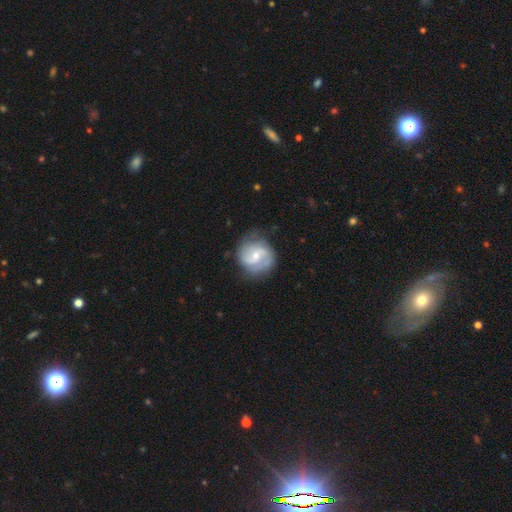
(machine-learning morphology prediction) Smooth or featured?
  - featured or disk: 81% *
  - smooth: 14%
  - star or artifact: 5%
Edge-on disk?
  - no: 98% *
  - yes: 2%
Bar?
  - weak: 52% *
  - no: 35%
  - strong: 13%
Spiral arms?
  - yes: 95% *
  - no: 5%
Spiral winding?
  - medium: 50% *
  - tight: 27%
  - loose: 23%
Spiral arm count?
  - 2: 83% *
  - can't tell: 8%
  - 3: 4%
  - 1: 3%
  - 4: 1%
  - more than 4: 1%
Bulge size?
  - small: 55% *
  - moderate: 41%
  - none: 2%
  - large: 2%
  - dominant: 1%
Merging?
  - none: 75% *
  - minor disturbance: 18%
  - major disturbance: 6%
  - merger: 1%